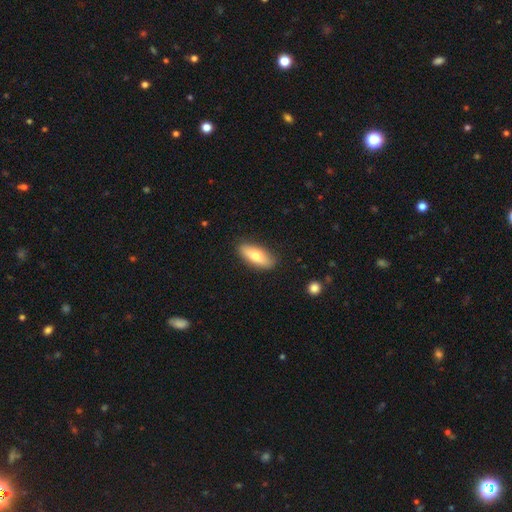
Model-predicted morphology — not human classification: The model was most divided on "how rounded": in between: 73%, cigar-shaped: 25%, round: 3%. More confident: merging — none (87%); smooth or featured — smooth (71%).